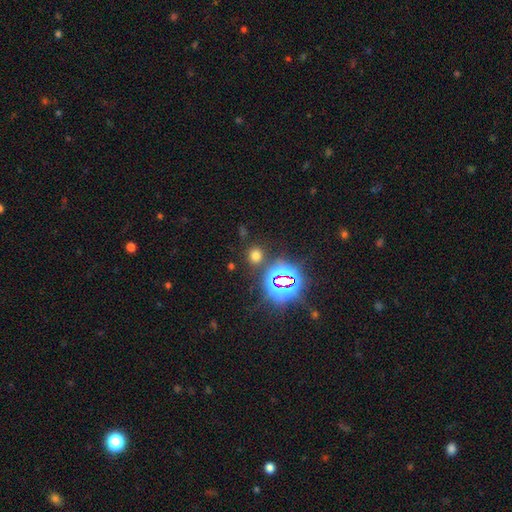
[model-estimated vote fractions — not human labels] Smooth or featured? smooth (60%)
How rounded? round (77%)
Merging? none (83%)